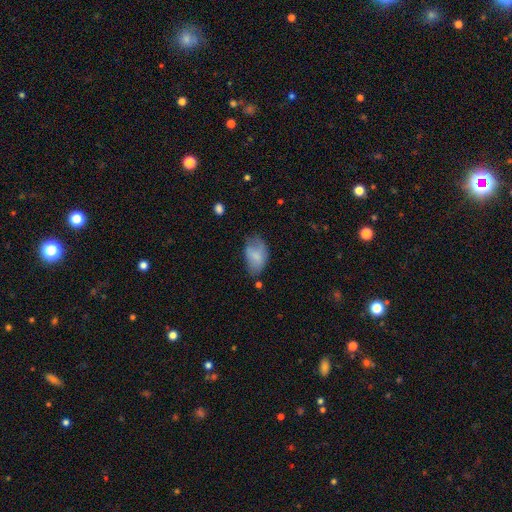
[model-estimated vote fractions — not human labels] Overall: smooth (76%). How rounded: in between (92%). Merging: none (51%; minor disturbance 33%).